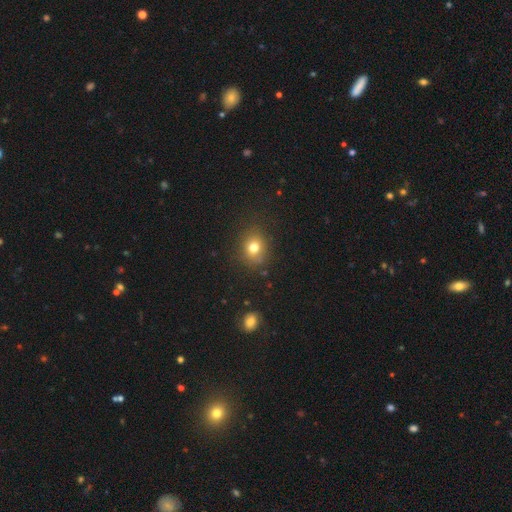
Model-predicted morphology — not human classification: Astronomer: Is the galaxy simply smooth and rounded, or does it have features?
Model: smooth — 74%.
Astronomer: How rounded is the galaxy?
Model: round — 70%.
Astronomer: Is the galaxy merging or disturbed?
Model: none — 82%.